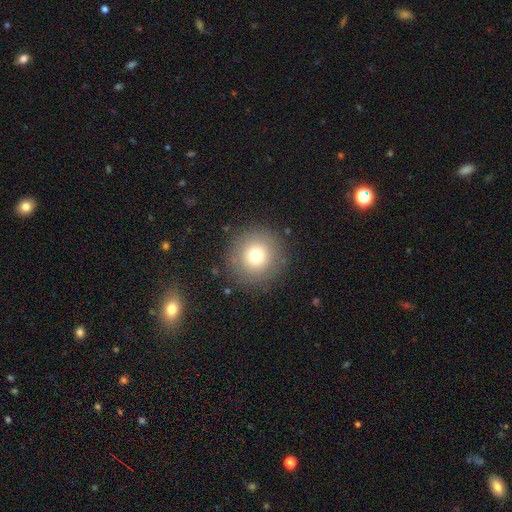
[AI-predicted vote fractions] Morphology: type=smooth (74%); roundness=round (96%); merging=none (88%).